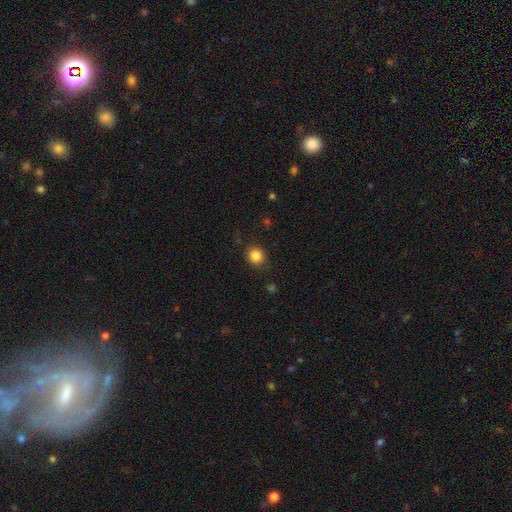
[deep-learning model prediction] This is clearly a smooth galaxy (84%). How rounded: clearly round (82%). Merging: clearly none (82%).